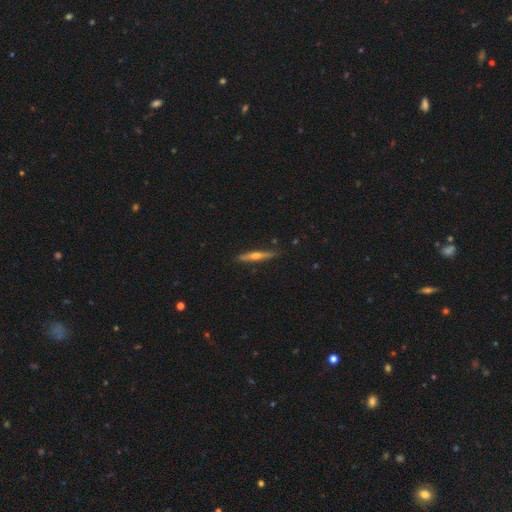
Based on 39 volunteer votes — This appears to be a featured or disk galaxy (62%) viewed edge-on (92%) with a rounded central bulge (91%). Merging: none (83%).